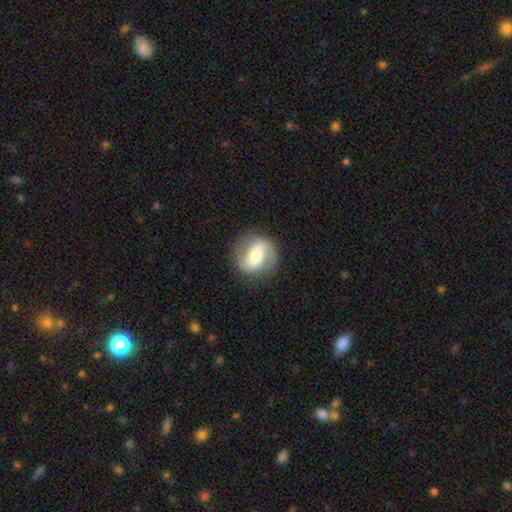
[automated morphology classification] Smooth or featured: featured or disk — 75% (smooth — 19%)
Edge-on disk: no — 97% (yes — 3%)
Bar: strong — 42% (weak — 35%)
Spiral arms: yes — 89% (no — 11%)
Spiral winding: medium — 44% (loose — 33%)
Spiral arm count: 2 — 87% (1 — 5%)
Bulge size: moderate — 54% (small — 32%)
Merging: none — 81% (minor disturbance — 12%)